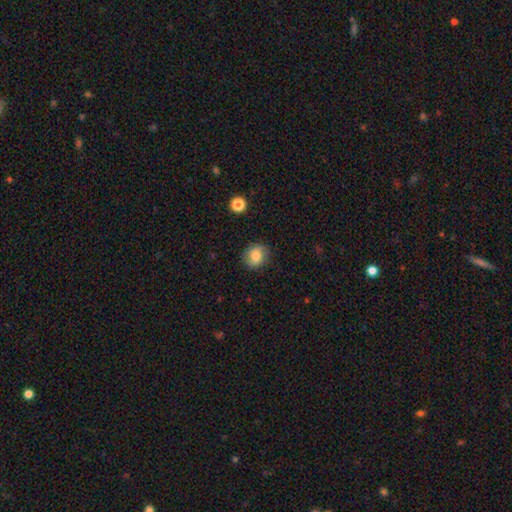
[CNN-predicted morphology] This appears to be a smooth galaxy with no disk features (69%) that is round (76%). Merging: none (83%).